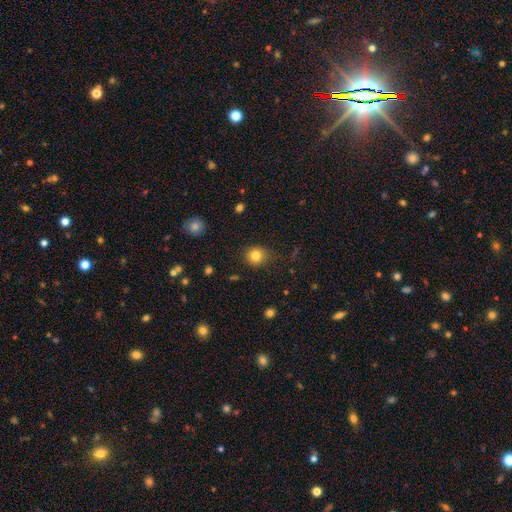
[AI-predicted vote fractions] Smooth or featured? smooth (81%)
How rounded? round (86%)
Merging? none (82%)